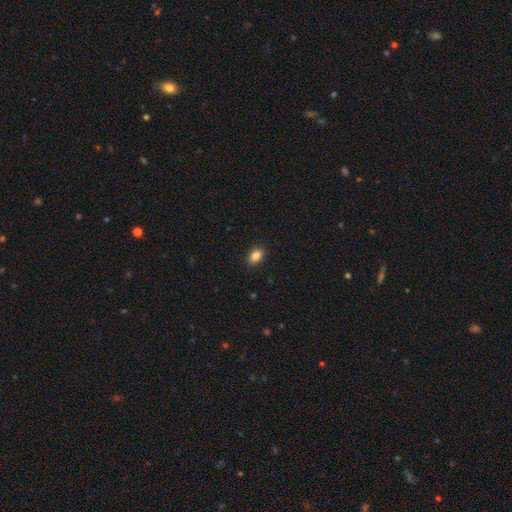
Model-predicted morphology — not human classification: Smooth or featured?
  - smooth: 86% *
  - star or artifact: 9%
  - featured or disk: 5%
How rounded?
  - in between: 83% *
  - round: 15%
  - cigar-shaped: 2%
Merging?
  - none: 89% *
  - minor disturbance: 8%
  - major disturbance: 2%
  - merger: 1%